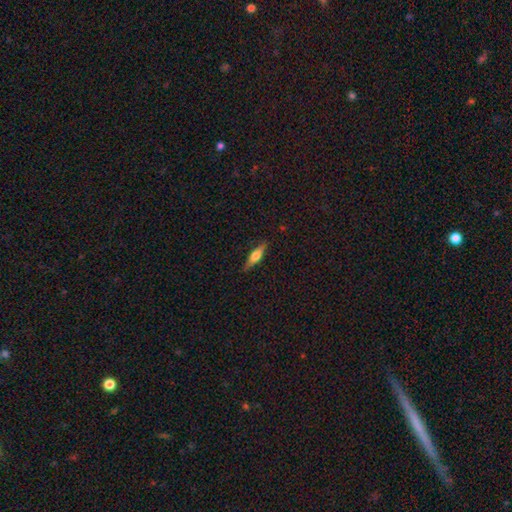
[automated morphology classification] smooth_or_featured: featured or disk (p=0.52) [alt: smooth p=0.41]
disk_edge_on: yes (p=0.95) [alt: no p=0.05]
merging: none (p=0.87) [alt: minor disturbance p=0.10]